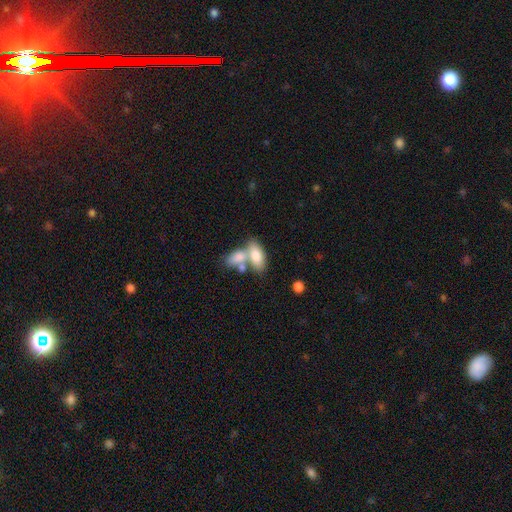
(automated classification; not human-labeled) smooth 76%, featured or disk 18%, star or artifact 6%. Down the decision tree: how rounded — in between (89%); merging — merger (56%).